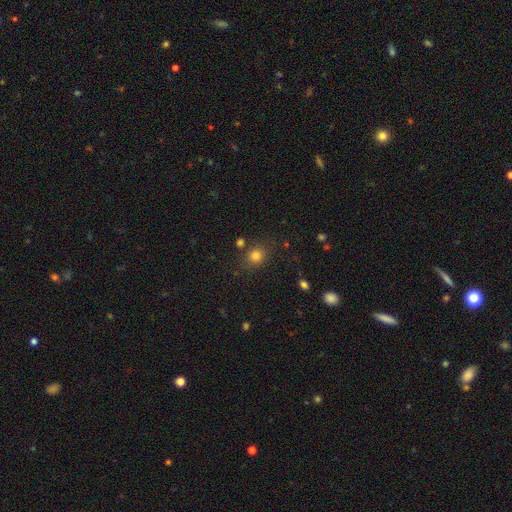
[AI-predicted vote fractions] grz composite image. It shows a smooth galaxy with no disk features (80%) that is round (76%). Merging: none (79%).